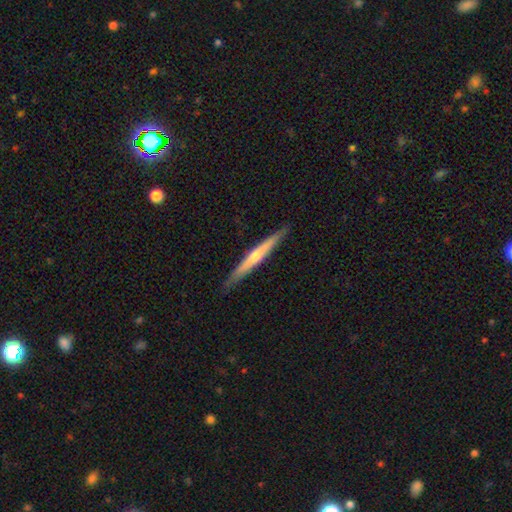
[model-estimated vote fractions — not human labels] Q: Smooth or featured?
A: featured or disk (58%); runner-up: smooth (37%)
Q: Edge-on disk?
A: yes (97%); runner-up: no (3%)
Q: Edge-on bulge?
A: rounded (60%); runner-up: none (35%)
Q: Merging?
A: none (90%); runner-up: minor disturbance (7%)